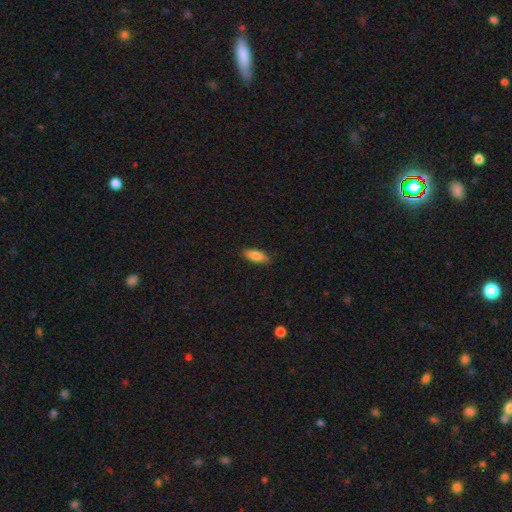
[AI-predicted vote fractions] Smooth or featured? smooth (83%)
How rounded? in between (64%)
Merging? none (87%)